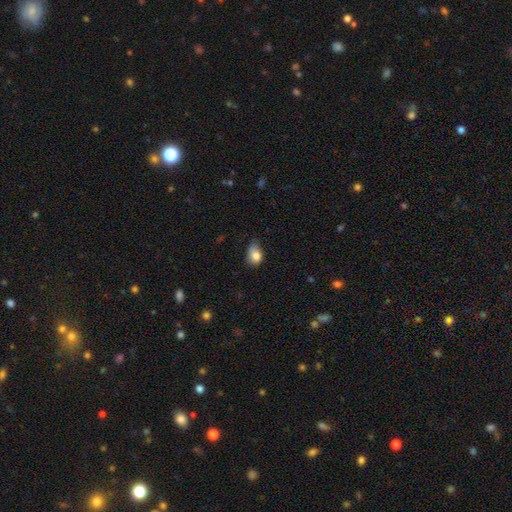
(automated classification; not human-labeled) This is clearly a smooth galaxy (80%). How rounded: likely in between (76%). Merging: marginally none (44%).